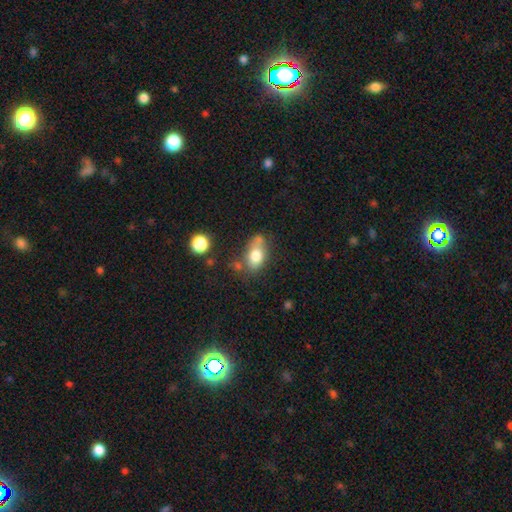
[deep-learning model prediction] The model was most divided on "merging": none: 48%, minor disturbance: 24%, merger: 19%, major disturbance: 9%. More confident: how rounded — in between (83%); smooth or featured — smooth (76%).